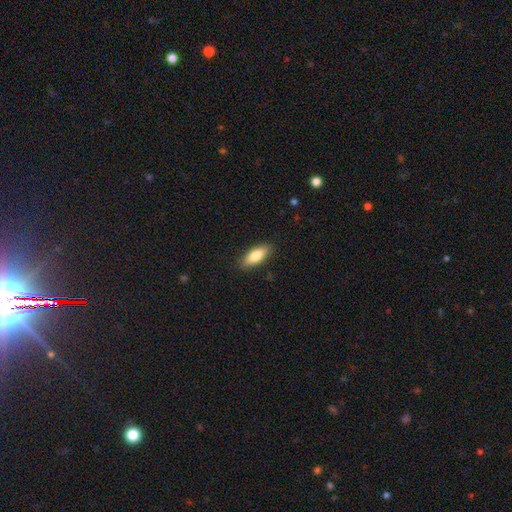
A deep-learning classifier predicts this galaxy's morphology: Smooth or featured? smooth (75%)
How rounded? in between (67%)
Merging? none (88%)